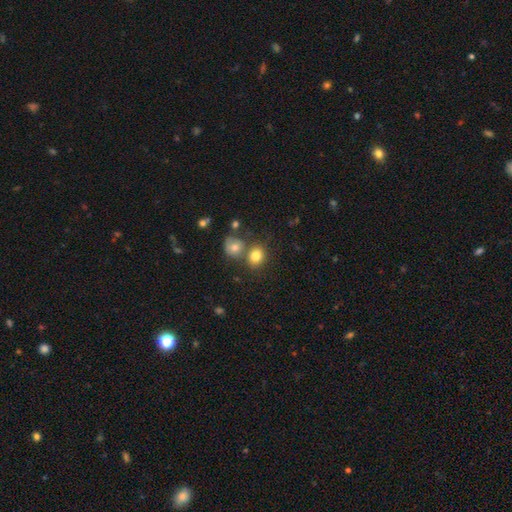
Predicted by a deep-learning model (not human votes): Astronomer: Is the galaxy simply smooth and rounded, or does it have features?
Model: smooth — 79%.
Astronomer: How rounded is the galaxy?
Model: round — 58% (runner-up: in between, 41%).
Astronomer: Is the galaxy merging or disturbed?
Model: none — 57%.